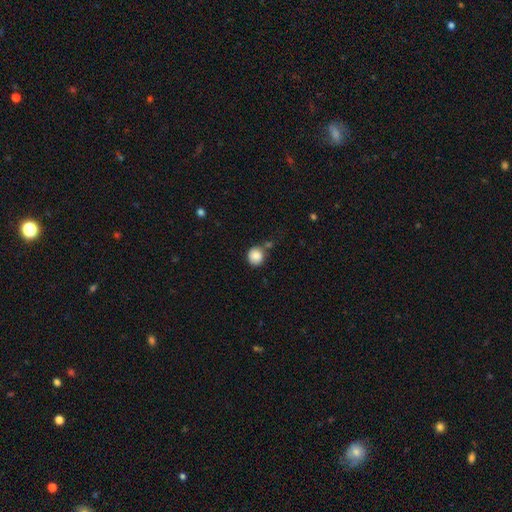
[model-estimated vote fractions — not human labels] This is clearly a smooth galaxy (85%). How rounded: clearly round (88%). Merging: likely none (67%).